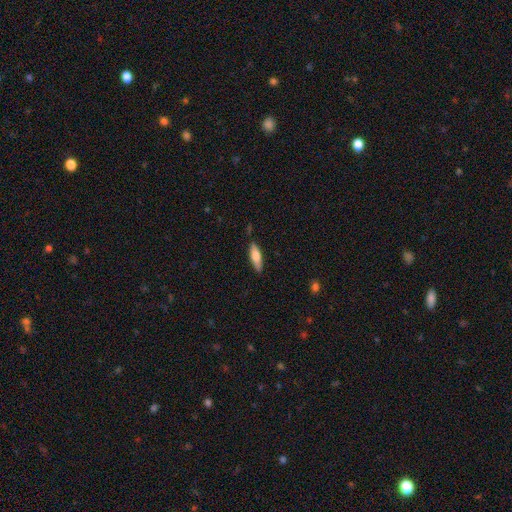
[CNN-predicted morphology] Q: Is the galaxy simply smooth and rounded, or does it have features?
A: smooth — 70%.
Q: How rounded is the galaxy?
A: cigar-shaped — 51%.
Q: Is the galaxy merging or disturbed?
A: none — 84%.